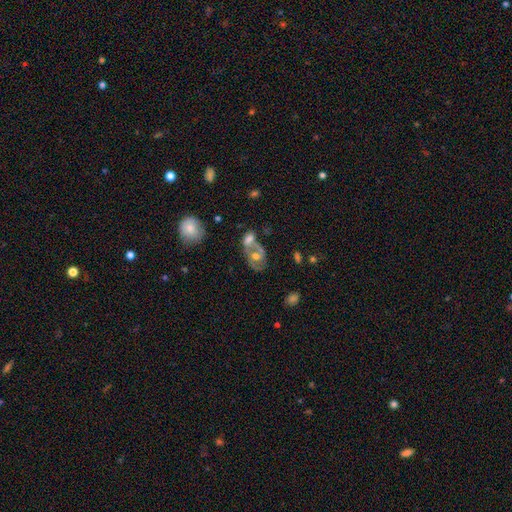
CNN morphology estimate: Smooth or featured: featured or disk — 62% (smooth — 27%)
Edge-on disk: no — 95% (yes — 5%)
Bar: no — 73% (weak — 20%)
Spiral arms: yes — 58% (no — 42%)
Bulge size: moderate — 65% (small — 20%)
Merging: merger — 46% (none — 34%)